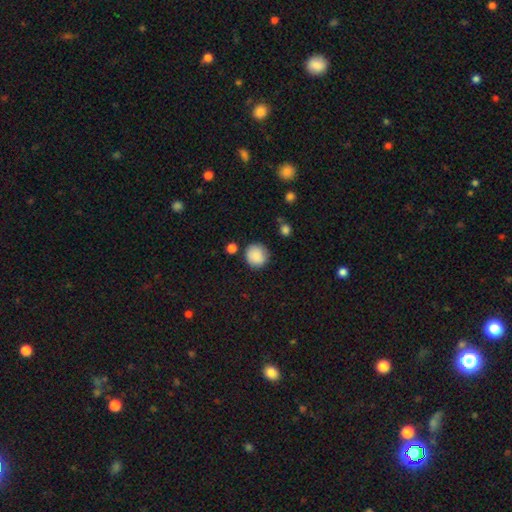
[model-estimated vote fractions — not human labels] The model was most divided on "merging": none: 82%, minor disturbance: 12%, merger: 3%, major disturbance: 3%. More confident: how rounded — round (92%); smooth or featured — smooth (88%).